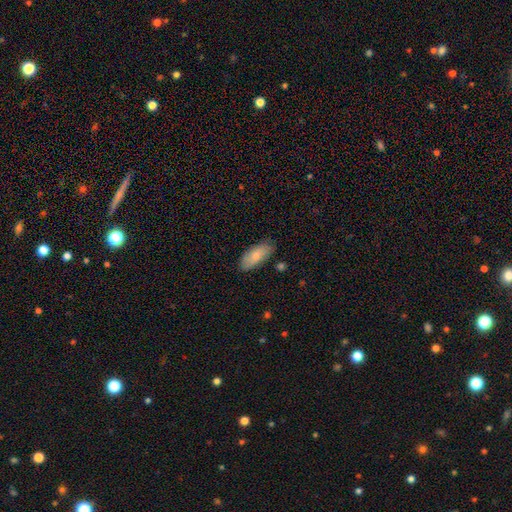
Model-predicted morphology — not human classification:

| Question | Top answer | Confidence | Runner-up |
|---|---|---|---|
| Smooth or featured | smooth | 81% | featured or disk (13%) |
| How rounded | in between | 85% | cigar-shaped (13%) |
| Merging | none | 81% | minor disturbance (15%) |